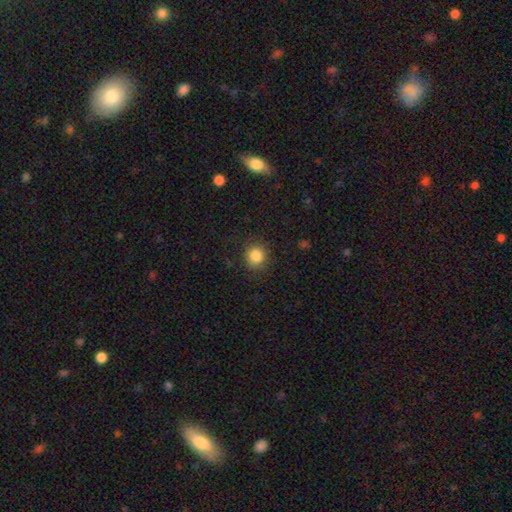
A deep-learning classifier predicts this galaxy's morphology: The model was most divided on "smooth or featured": smooth: 85%, star or artifact: 10%, featured or disk: 5%. More confident: how rounded — round (89%); merging — none (87%).